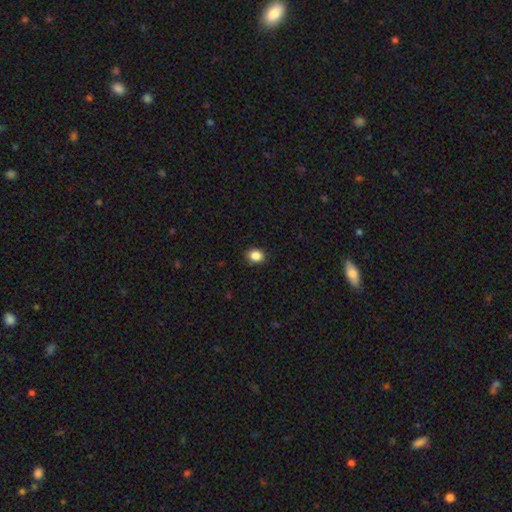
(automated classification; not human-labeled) Smooth or featured: smooth — 87% (star or artifact — 10%)
How rounded: round — 59% (in between — 40%)
Merging: none — 90% (minor disturbance — 7%)